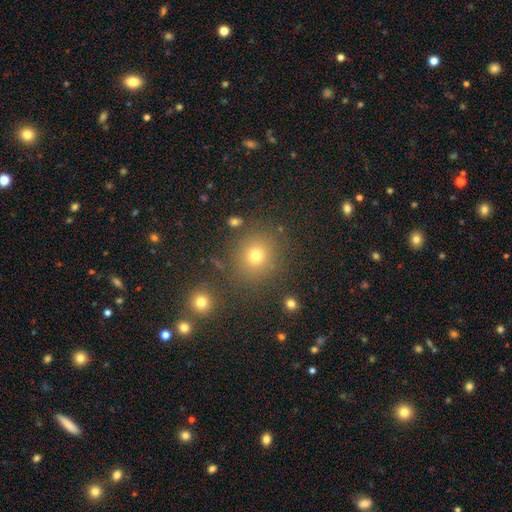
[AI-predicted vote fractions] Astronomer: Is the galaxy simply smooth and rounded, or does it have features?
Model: smooth — 73%.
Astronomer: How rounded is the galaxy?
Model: round — 86%.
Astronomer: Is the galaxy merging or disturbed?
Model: none — 83%.